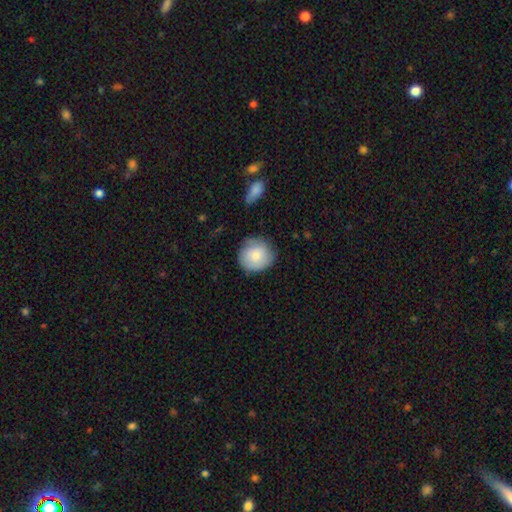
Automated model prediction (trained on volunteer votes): Smooth or featured? smooth (77%)
How rounded? round (88%)
Merging? none (70%)